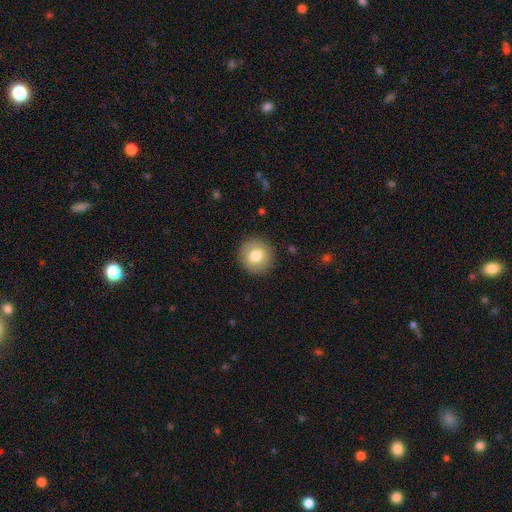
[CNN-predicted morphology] This is likely a smooth galaxy (78%). How rounded: clearly round (91%). Merging: clearly none (90%).